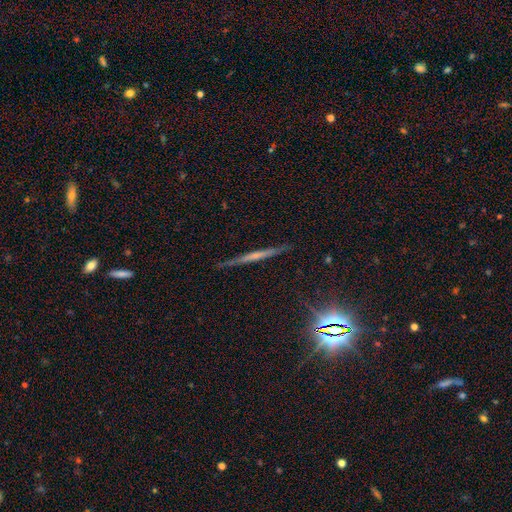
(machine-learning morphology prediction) The model was most divided on "smooth or featured": featured or disk: 57%, smooth: 28%, star or artifact: 15%. More confident: edge-on disk — yes (96%); merging — none (85%); edge-on bulge — none (60%).